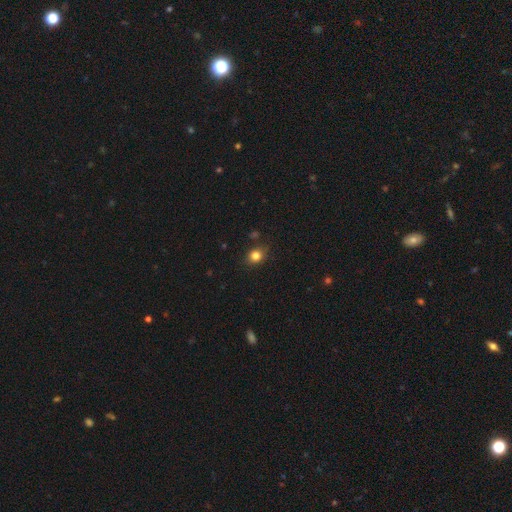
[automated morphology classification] smooth 82%, star or artifact 12%, featured or disk 6%. Down the decision tree: how rounded — round (68%); merging — none (83%).